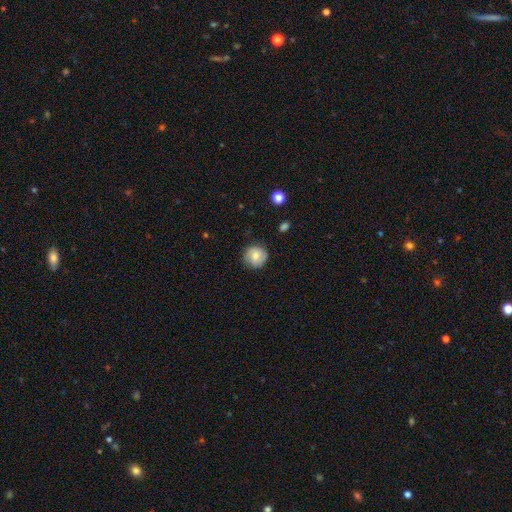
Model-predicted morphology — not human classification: Smooth or featured?
  - smooth: 74% *
  - featured or disk: 17%
  - star or artifact: 8%
How rounded?
  - round: 92% *
  - in between: 7%
  - cigar-shaped: 1%
Merging?
  - none: 83% *
  - minor disturbance: 13%
  - major disturbance: 3%
  - merger: 1%